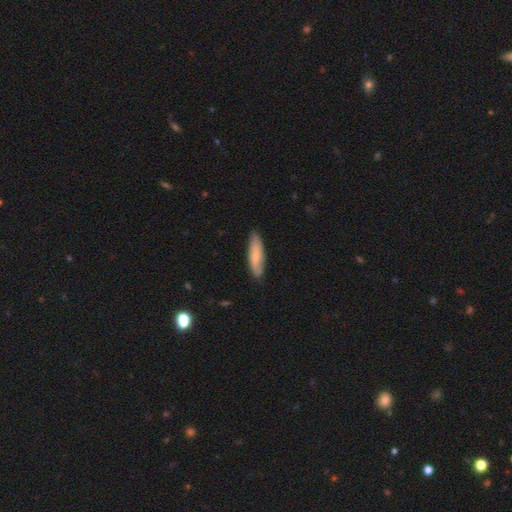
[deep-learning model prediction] smooth 74%, featured or disk 20%, star or artifact 6%. Down the decision tree: how rounded — cigar-shaped (67%); merging — none (82%).